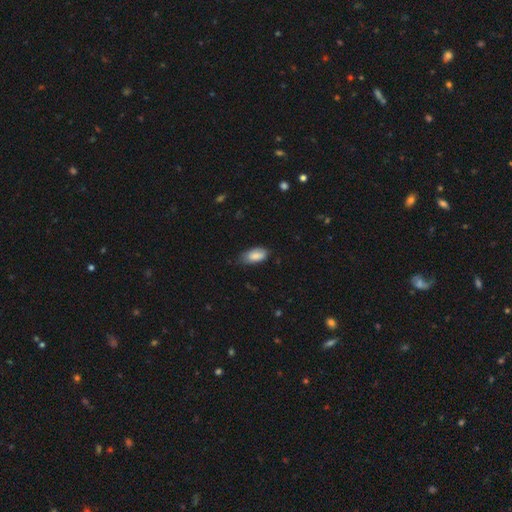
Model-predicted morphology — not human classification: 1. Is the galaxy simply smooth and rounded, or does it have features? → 83% smooth, 10% featured or disk, 7% star or artifact.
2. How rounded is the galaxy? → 91% in between, 6% cigar-shaped, 3% round.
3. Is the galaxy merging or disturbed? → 56% none, 36% minor disturbance, 7% major disturbance, 1% merger.